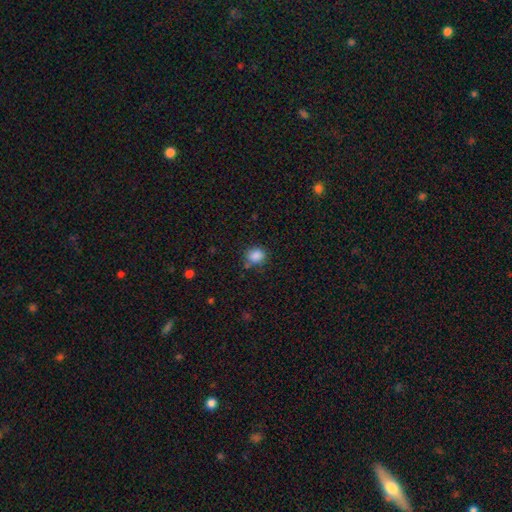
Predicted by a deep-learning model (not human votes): A smooth galaxy with no disk features (86%) that is round (67%). Merging: none (74%).